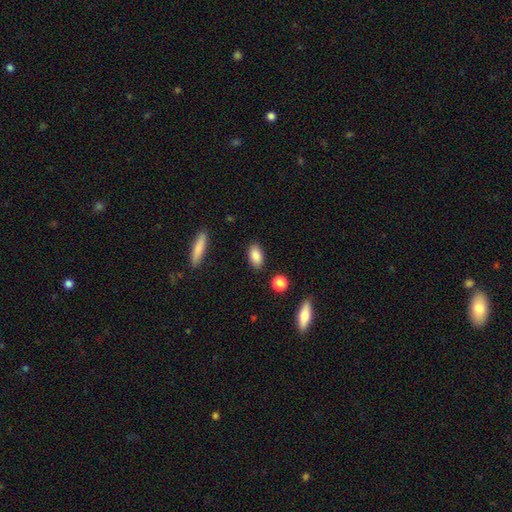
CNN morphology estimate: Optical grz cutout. It shows a smooth galaxy with no disk features (86%) that is in between round and cigar-shaped (89%). Merging: none (86%).